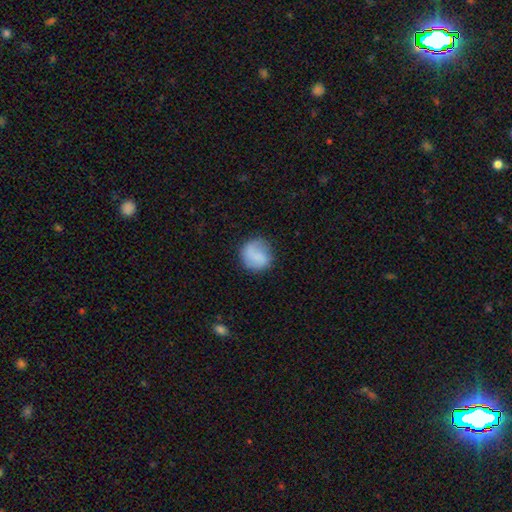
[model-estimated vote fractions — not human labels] smooth-or-featured: smooth: 75% | featured or disk: 18% | star or artifact: 8%
  how-rounded: round: 87% | in between: 12% | cigar-shaped: 1%
  merging: none: 72% | minor disturbance: 19% | major disturbance: 7% | merger: 2%